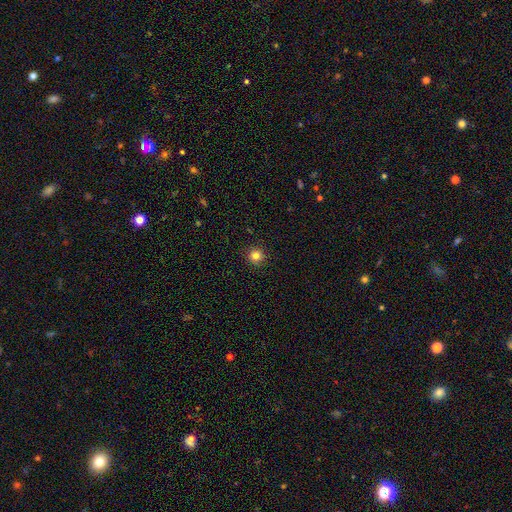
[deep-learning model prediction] The model was most divided on "smooth or featured": smooth: 83%, star or artifact: 12%, featured or disk: 5%. More confident: how rounded — round (95%); merging — none (92%).